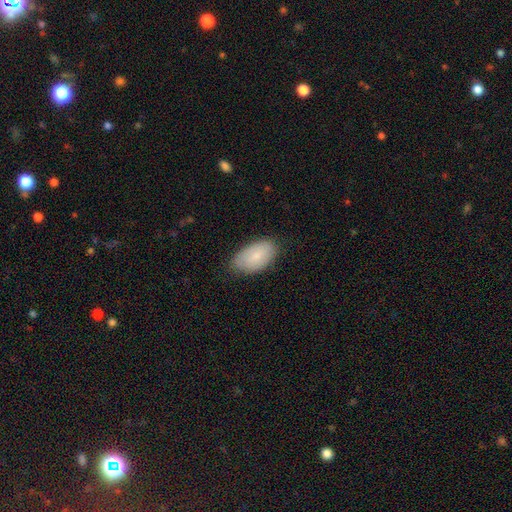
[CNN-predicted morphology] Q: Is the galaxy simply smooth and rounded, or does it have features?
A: smooth — 79%.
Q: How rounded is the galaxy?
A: in between — 95%.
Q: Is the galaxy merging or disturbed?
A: none — 76%.